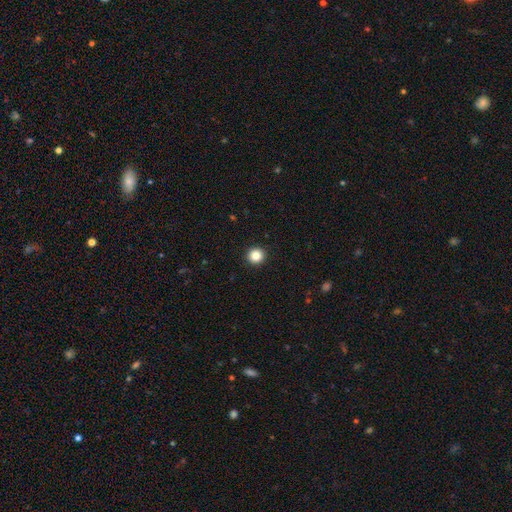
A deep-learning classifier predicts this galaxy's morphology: Smooth or featured?
  - smooth: 85% *
  - star or artifact: 11%
  - featured or disk: 4%
How rounded?
  - round: 95% *
  - in between: 4%
  - cigar-shaped: 1%
Merging?
  - none: 93% *
  - minor disturbance: 4%
  - major disturbance: 2%
  - merger: 1%